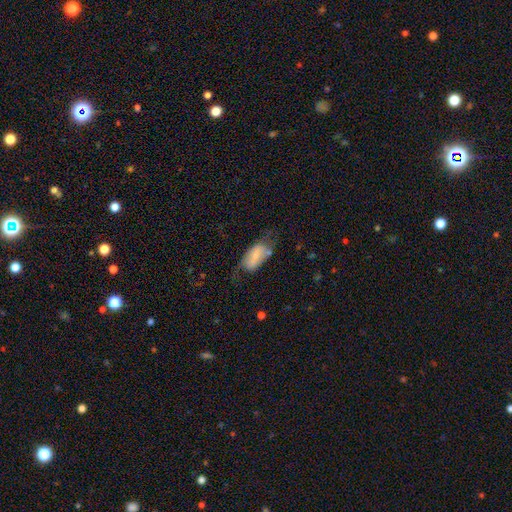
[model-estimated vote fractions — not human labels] Smooth or featured? Predicted: smooth (p=0.60). How rounded? Predicted: in between (p=0.92). Merging? Predicted: none (p=0.43).